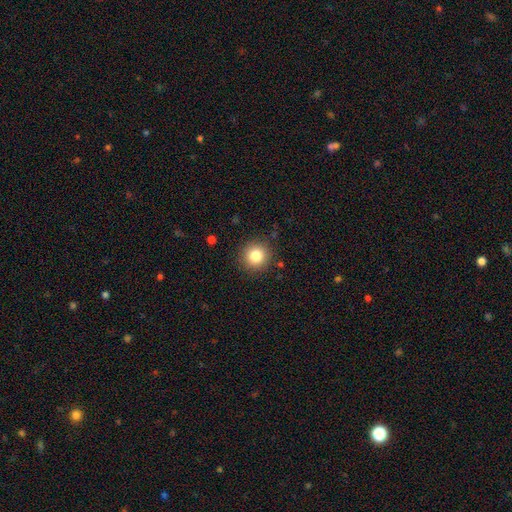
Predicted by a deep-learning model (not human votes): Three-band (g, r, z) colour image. It shows a smooth galaxy with no disk features (82%) that is round (93%). Merging: none (90%).